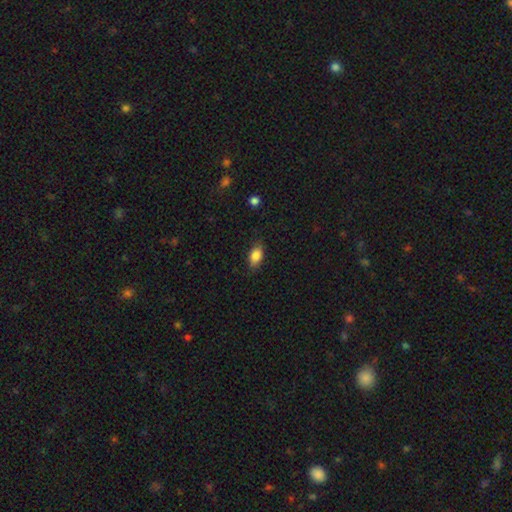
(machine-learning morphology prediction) Smooth or featured? Predicted: smooth (p=0.85). How rounded? Predicted: in between (p=0.86). Merging? Predicted: none (p=0.79).